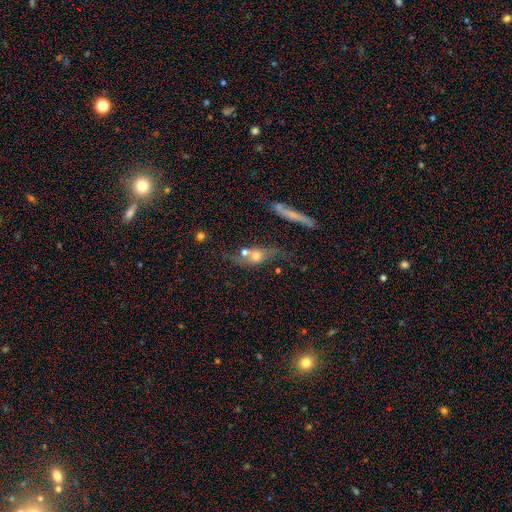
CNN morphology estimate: Smooth or featured: smooth — 50% (featured or disk — 38%)
How rounded: in between — 46% (cigar-shaped — 35%)
Merging: none — 43% (merger — 34%)